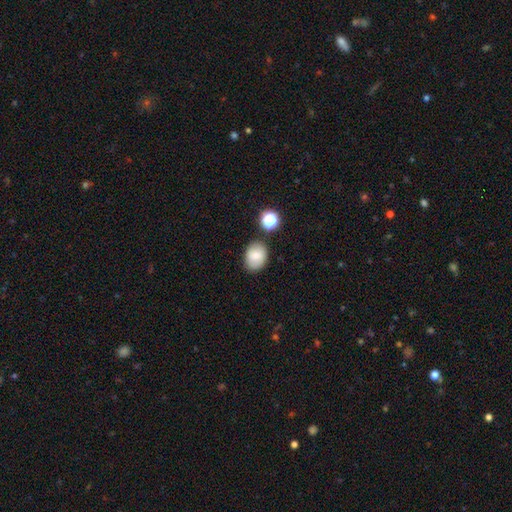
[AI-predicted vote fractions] Smooth or featured? smooth (77%)
How rounded? in between (66%)
Merging? none (77%)